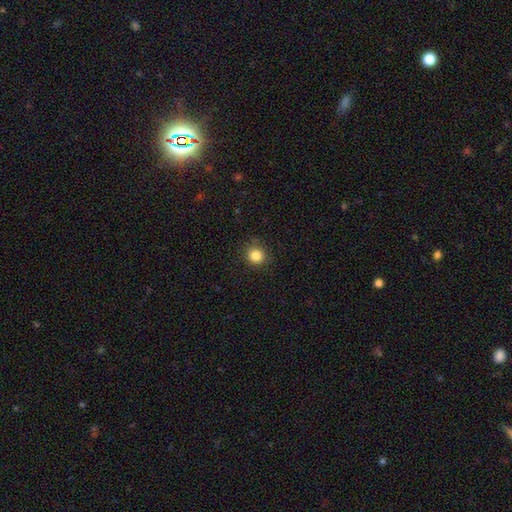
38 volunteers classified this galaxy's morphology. Smooth or featured?
  - smooth: 92% *
  - star or artifact: 5%
  - featured or disk: 3%
How rounded?
  - round: 94% *
  - in between: 6%
  - cigar-shaped: 0%
Merging?
  - none: 83% *
  - minor disturbance: 8%
  - major disturbance: 6%
  - merger: 3%